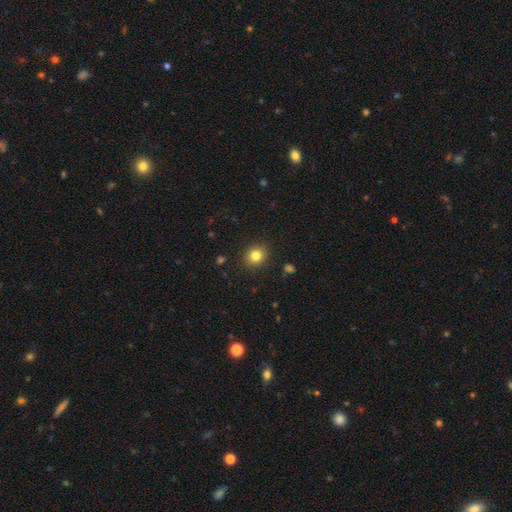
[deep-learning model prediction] Smooth or featured? Predicted: smooth (p=0.81). How rounded? Predicted: round (p=0.79). Merging? Predicted: none (p=0.90).